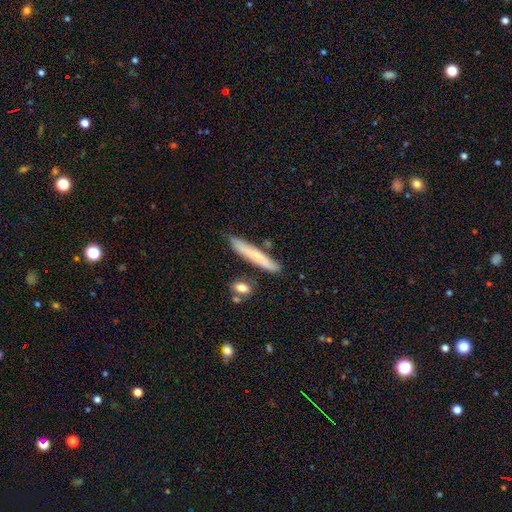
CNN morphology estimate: type=smooth (65%); roundness=cigar-shaped (93%); merging=none (80%).